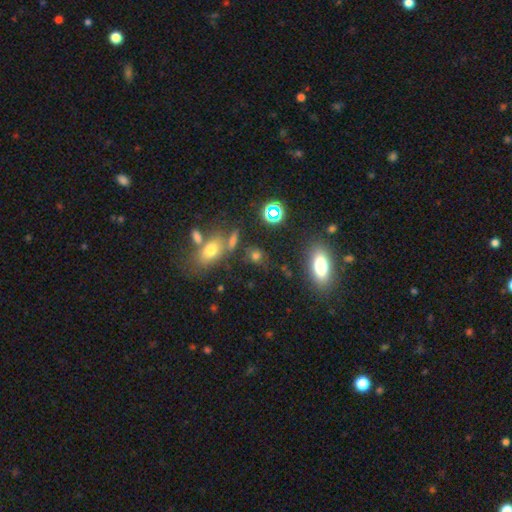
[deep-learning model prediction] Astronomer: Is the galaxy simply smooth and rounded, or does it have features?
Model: smooth — 64%.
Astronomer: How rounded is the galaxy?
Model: round — 49% (runner-up: in between, 45%).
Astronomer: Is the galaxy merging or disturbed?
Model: none — 66%.